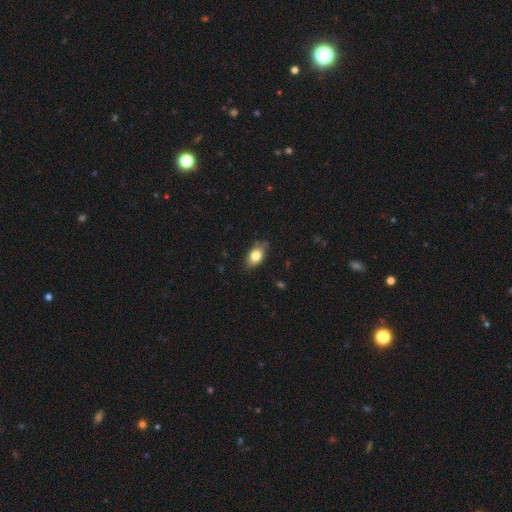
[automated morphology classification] Smooth or featured? smooth (79%)
How rounded? in between (85%)
Merging? none (78%)